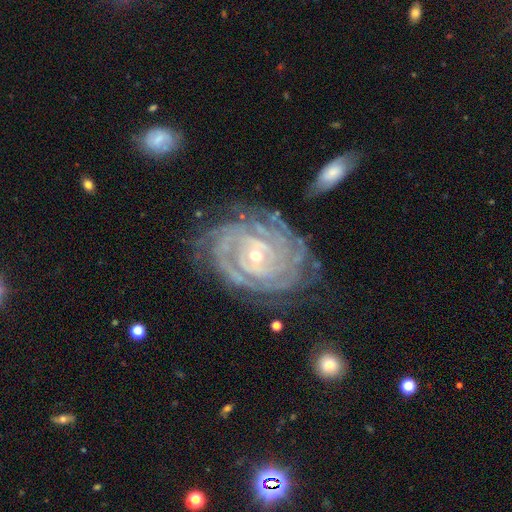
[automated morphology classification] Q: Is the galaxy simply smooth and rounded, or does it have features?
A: featured or disk — 91%.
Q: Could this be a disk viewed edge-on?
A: no — 97%.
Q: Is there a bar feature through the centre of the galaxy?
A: no — 47%.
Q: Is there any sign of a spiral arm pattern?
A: yes — 98%.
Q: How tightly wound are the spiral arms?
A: tight — 86%.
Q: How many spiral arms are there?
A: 4 — 24%.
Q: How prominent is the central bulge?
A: small — 61%.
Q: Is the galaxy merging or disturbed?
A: none — 72%.